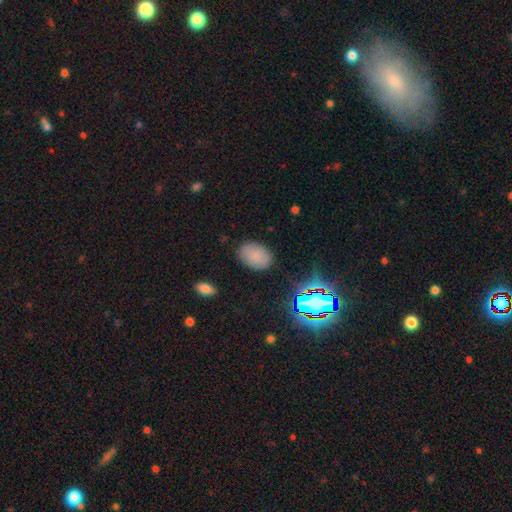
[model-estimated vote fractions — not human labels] smooth_or_featured: smooth (p=0.80) [alt: star or artifact p=0.13]
how_rounded: in between (p=0.82) [alt: round p=0.17]
merging: none (p=0.84) [alt: minor disturbance p=0.12]